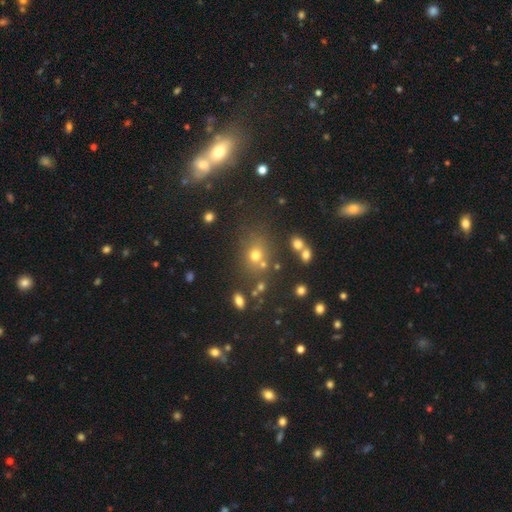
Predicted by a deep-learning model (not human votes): Overall: smooth (58%; star or artifact 29%). How rounded: round (72%). Merging: none (68%).